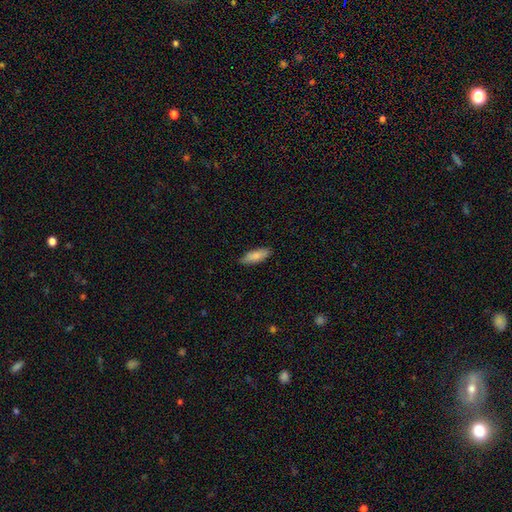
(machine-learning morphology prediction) The model was most divided on "how rounded": in between: 64%, cigar-shaped: 34%, round: 2%. More confident: merging — none (85%); smooth or featured — smooth (83%).